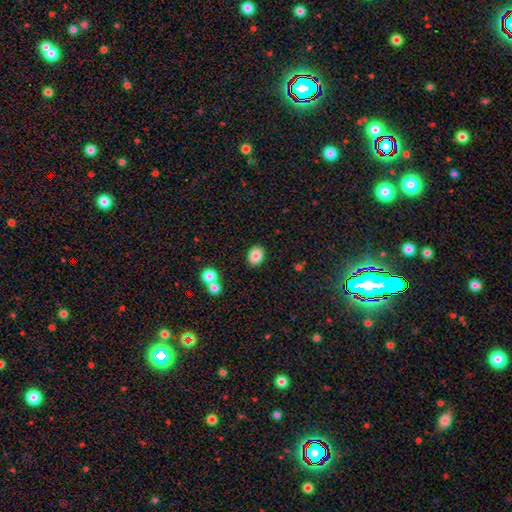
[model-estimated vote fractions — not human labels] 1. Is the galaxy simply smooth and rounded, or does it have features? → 84% smooth, 9% star or artifact, 6% featured or disk.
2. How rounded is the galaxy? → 68% in between, 31% round, 1% cigar-shaped.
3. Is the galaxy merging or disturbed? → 86% none, 8% minor disturbance, 3% merger, 2% major disturbance.